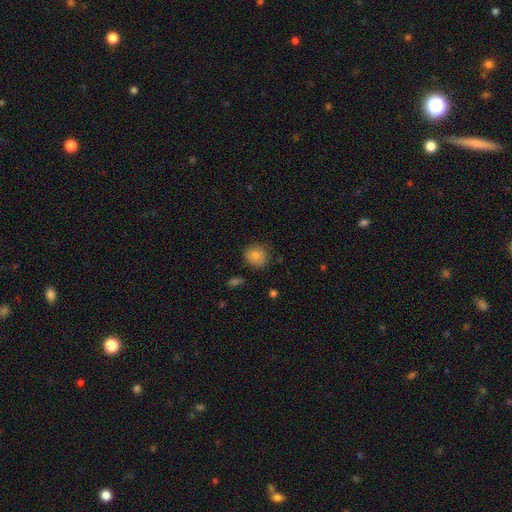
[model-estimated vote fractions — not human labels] A smooth galaxy with no disk features (83%) that is round (81%).

Vote fractions:
- Smooth or featured? smooth: 83% / star or artifact: 9% / featured or disk: 8%
- How rounded? round: 81% / in between: 18% / cigar-shaped: 1%
- Merging? none: 80% / minor disturbance: 14% / major disturbance: 3% / merger: 2%